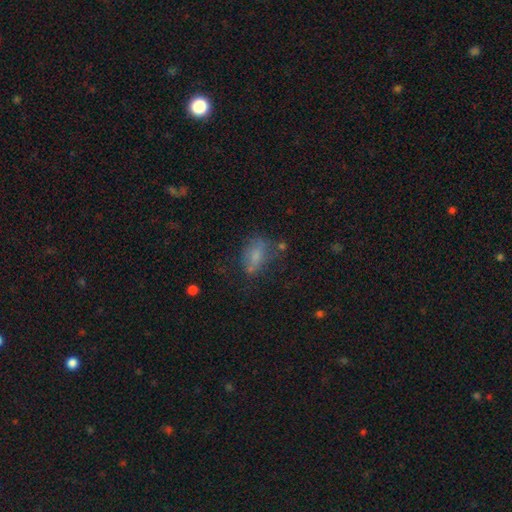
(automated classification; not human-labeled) Q: Smooth or featured?
A: smooth (65%); runner-up: featured or disk (22%)
Q: How rounded?
A: in between (82%); runner-up: round (13%)
Q: Merging?
A: none (47%); runner-up: minor disturbance (25%)